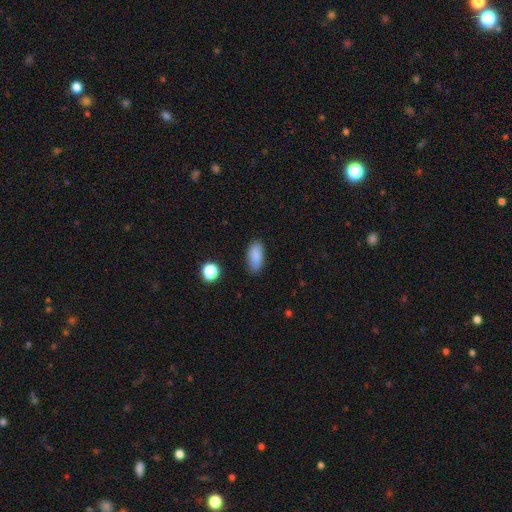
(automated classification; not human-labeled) A smooth galaxy with no disk features (84%) that is in between round and cigar-shaped (87%). Merging: none (83%).